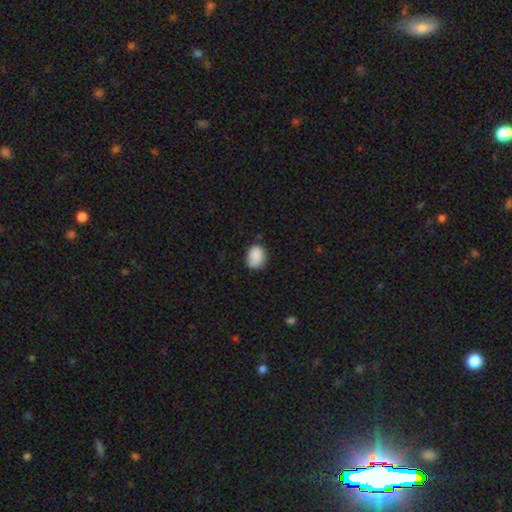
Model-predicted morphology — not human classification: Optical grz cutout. It shows a smooth galaxy with no disk features (87%) that is in between round and cigar-shaped (55%). Merging: none (68%).